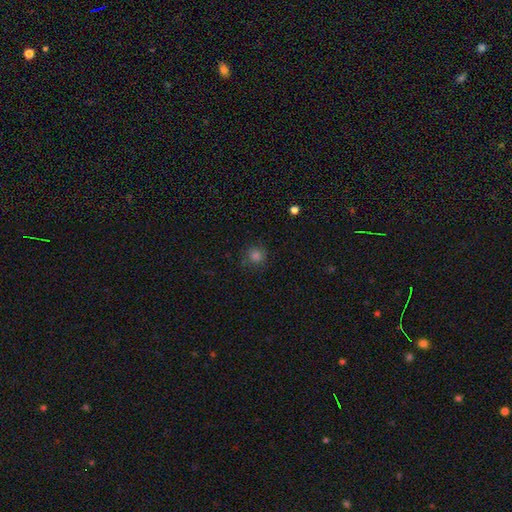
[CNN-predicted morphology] The model was most divided on "smooth or featured": smooth: 77%, star or artifact: 16%, featured or disk: 7%. More confident: how rounded — round (90%); merging — none (82%).